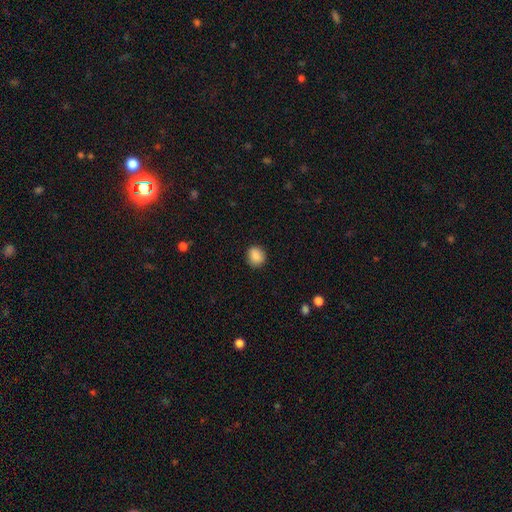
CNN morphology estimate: Smooth or featured? smooth (88%)
How rounded? round (73%)
Merging? none (86%)